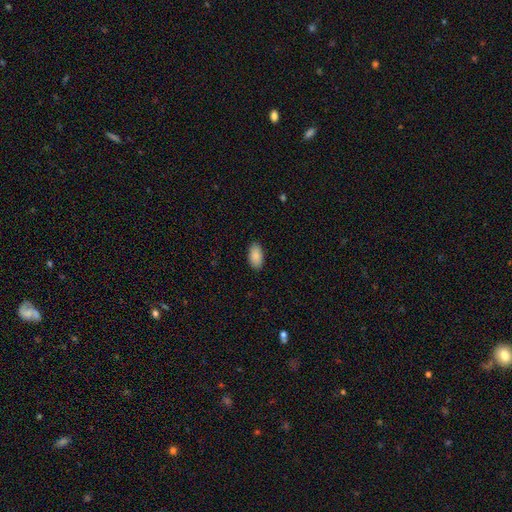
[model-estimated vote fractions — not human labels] Smooth or featured: smooth — 90% (star or artifact — 6%)
How rounded: in between — 95% (round — 3%)
Merging: none — 88% (minor disturbance — 9%)